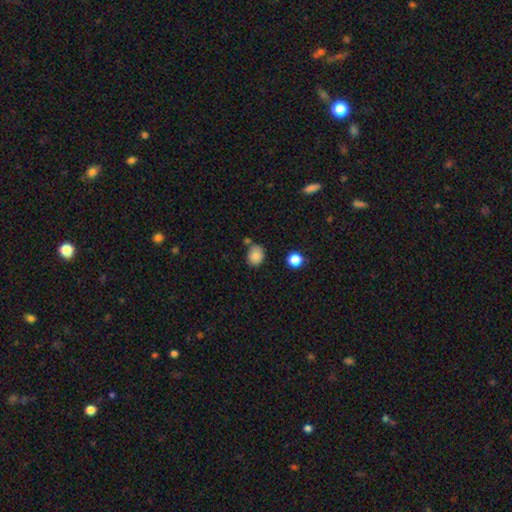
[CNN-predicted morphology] smooth_or_featured: smooth (p=0.85) [alt: star or artifact p=0.10]
how_rounded: in between (p=0.54) [alt: round p=0.45]
merging: none (p=0.71) [alt: minor disturbance p=0.16]